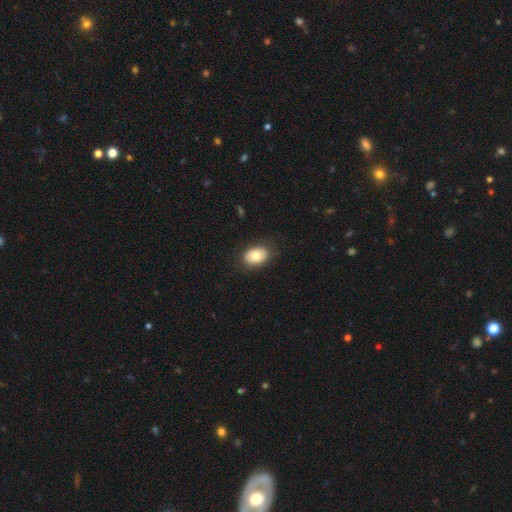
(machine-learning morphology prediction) This appears to be a smooth galaxy with no disk features (75%) that is in between round and cigar-shaped (77%). Merging: none (84%).